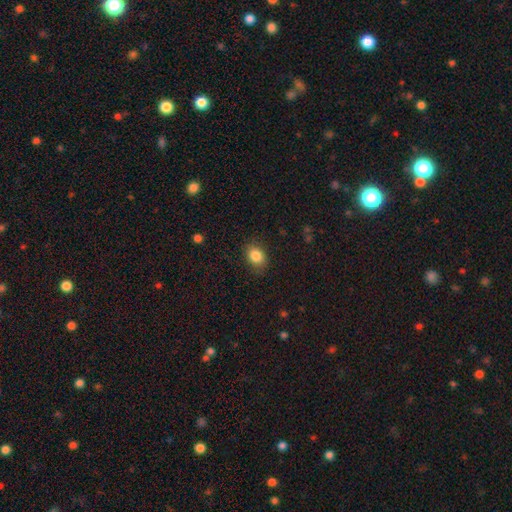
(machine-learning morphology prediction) Smooth or featured? smooth (85%)
How rounded? in between (60%)
Merging? none (84%)